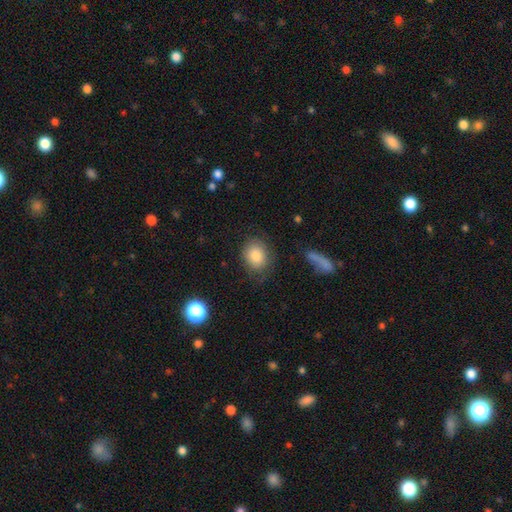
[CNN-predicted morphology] smooth_or_featured: smooth (p=0.84) [alt: star or artifact p=0.08]
how_rounded: round (p=0.56) [alt: in between p=0.43]
merging: none (p=0.75) [alt: minor disturbance p=0.16]